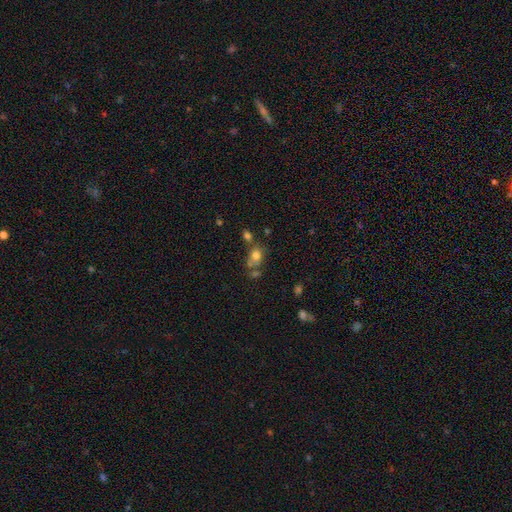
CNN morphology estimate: Q: Smooth or featured?
A: smooth (72%); runner-up: star or artifact (14%)
Q: How rounded?
A: round (55%); runner-up: in between (44%)
Q: Merging?
A: none (47%); runner-up: merger (30%)